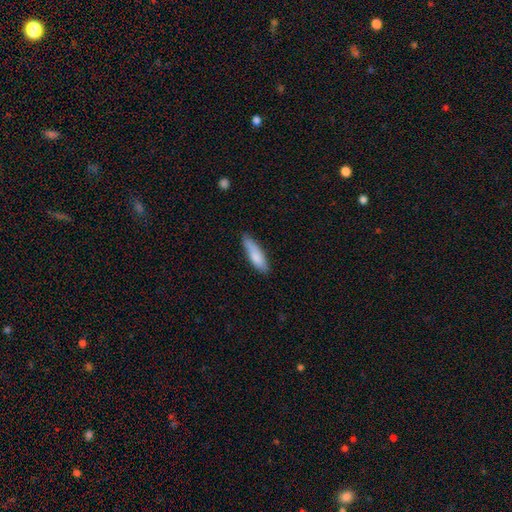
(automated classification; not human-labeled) A smooth galaxy with no disk features (82%) that is cigar-shaped (65%). Merging: none (73%).